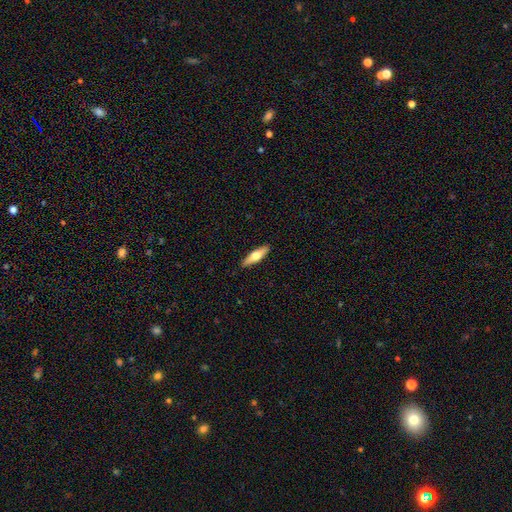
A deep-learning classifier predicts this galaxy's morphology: A smooth galaxy with no disk features (54%) that is cigar-shaped (65%). Merging: none (90%).